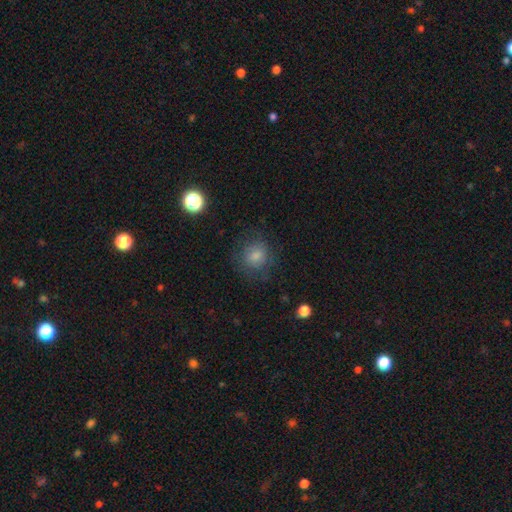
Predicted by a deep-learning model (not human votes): This appears to be a smooth galaxy with no disk features (69%) that is round (86%). Merging: none (79%).